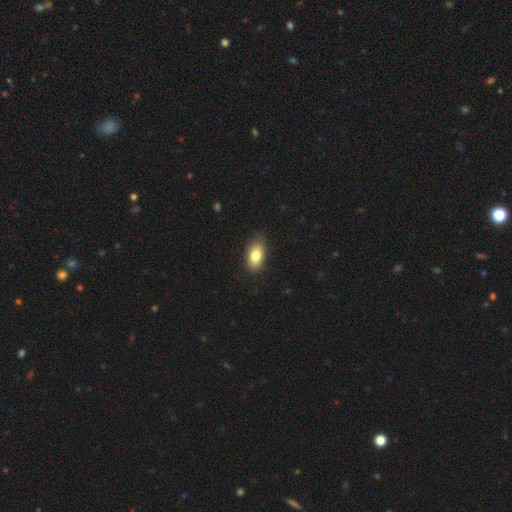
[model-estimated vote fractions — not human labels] A smooth galaxy with no disk features (80%) that is in between round and cigar-shaped (90%). Merging: none (81%).